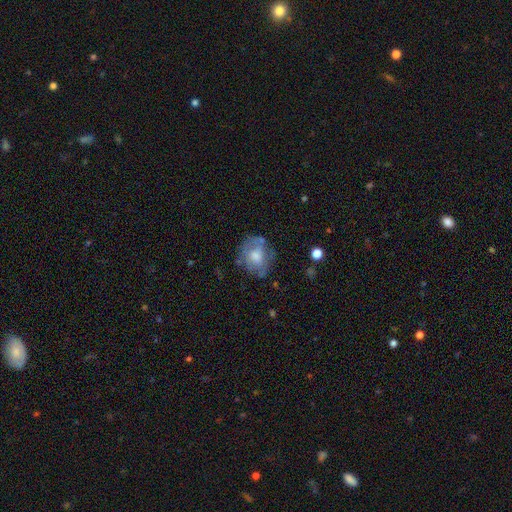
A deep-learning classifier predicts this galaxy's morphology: Overall: smooth (46%; featured or disk 44%). Merging: none (63%).